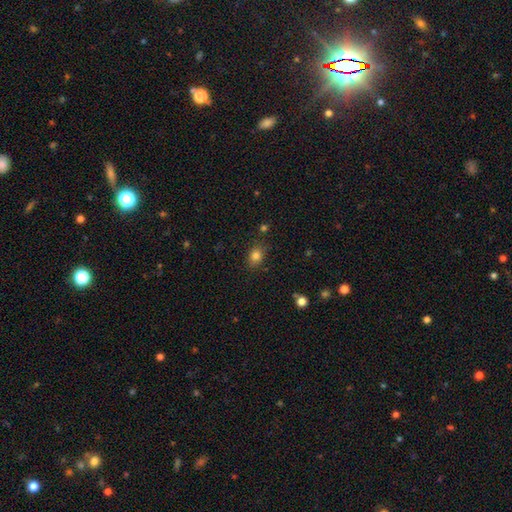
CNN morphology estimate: Overall: smooth (82%). How rounded: in between (59%; round 40%). Merging: none (81%).